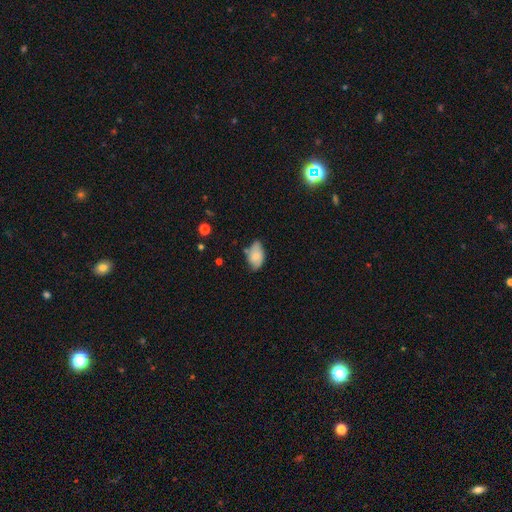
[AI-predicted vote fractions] Q: Smooth or featured?
A: smooth (75%); runner-up: featured or disk (18%)
Q: How rounded?
A: in between (93%); runner-up: round (5%)
Q: Merging?
A: none (61%); runner-up: minor disturbance (30%)